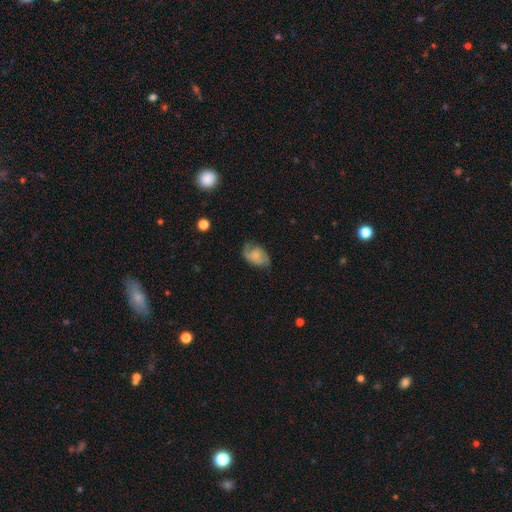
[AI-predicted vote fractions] Smooth or featured? smooth (48%)
Merging? none (56%)